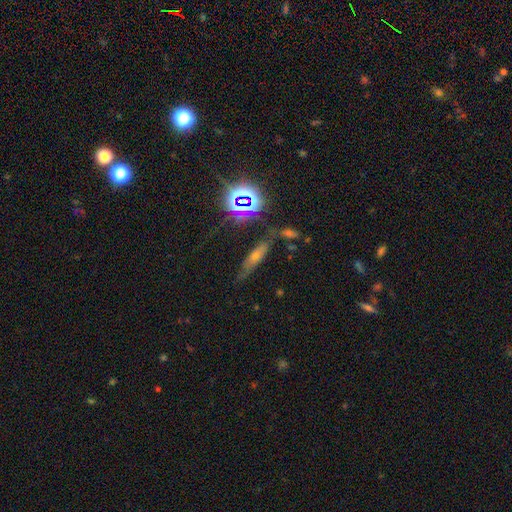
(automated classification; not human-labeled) Morphology: type=smooth (35%); merging=none (72%).